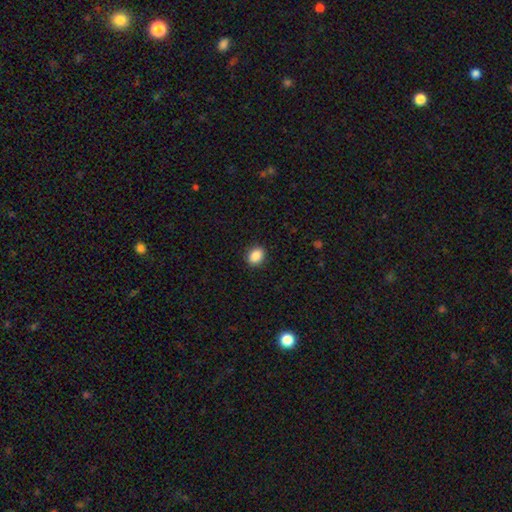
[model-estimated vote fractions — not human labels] Overall: smooth (88%). How rounded: in between (61%; round 38%). Merging: none (90%).